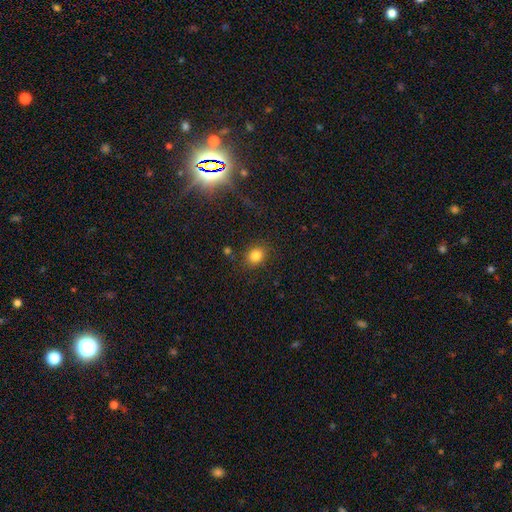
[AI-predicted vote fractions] Morphology: type=smooth (82%); roundness=round (61%); merging=none (84%).